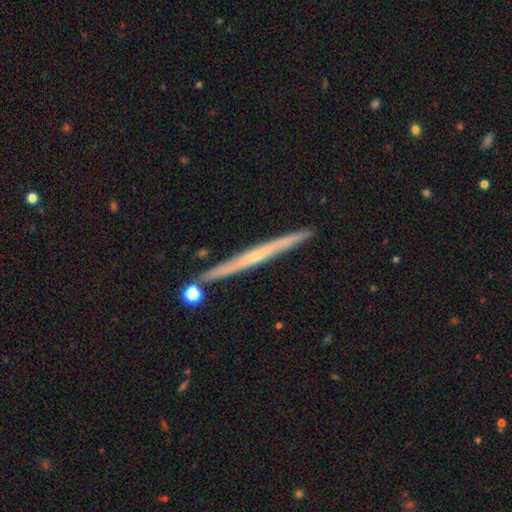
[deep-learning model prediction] This is likely a featured or disk galaxy (69%). It is clearly viewed edge-on (97%). Edge-on bulge: likely none (60%). Merging: clearly none (89%).